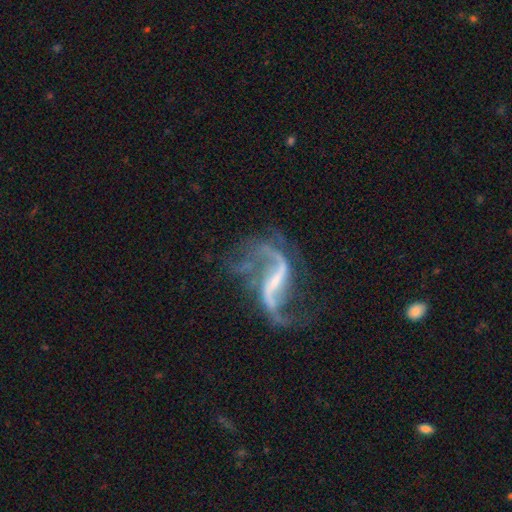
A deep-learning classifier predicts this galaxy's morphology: Overall: featured or disk (88%). Edge-on disk: no (97%). Bar: weak (42%; strong 41%). Spiral arms: yes (94%). Spiral arm count: 2 (88%). Spiral winding: loose (83%). Bulge size: small (49%; none 33%). Merging: none (54%; major disturbance 23%).